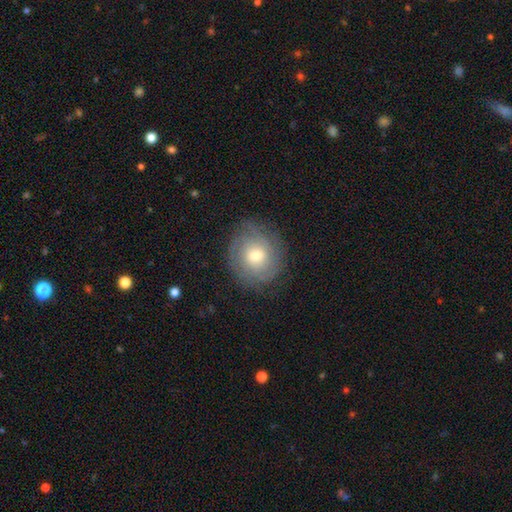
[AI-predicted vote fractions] smooth-or-featured: featured or disk: 54% | smooth: 36% | star or artifact: 10%
  disk-edge-on: no: 96% | yes: 4%
    bar: no: 72% | weak: 23% | strong: 4%
    has-spiral-arms: yes: 80% | no: 20%
    bulge-size: moderate: 60% | small: 32% | large: 6% | none: 1% | dominant: 1%
  merging: none: 79% | minor disturbance: 15% | major disturbance: 6% | merger: 1%